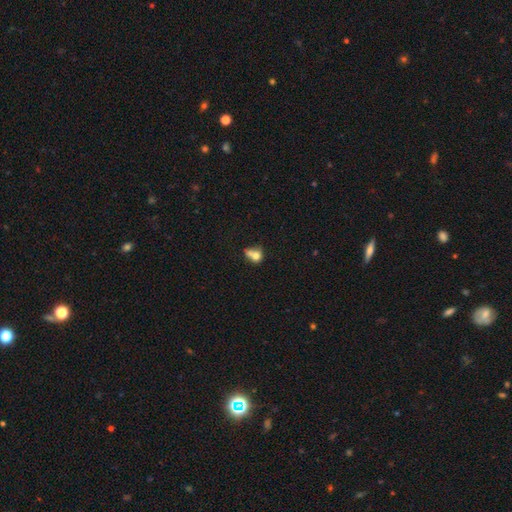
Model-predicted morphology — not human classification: type=smooth (69%); roundness=round (57%); merging=merger (47%).